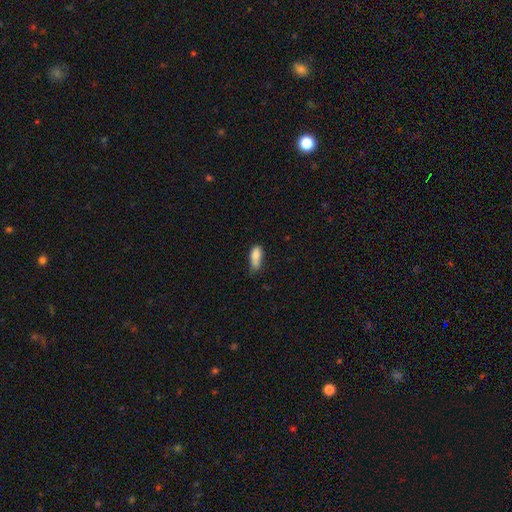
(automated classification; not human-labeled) smooth-or-featured: smooth: 83% | featured or disk: 9% | star or artifact: 8%
  how-rounded: in between: 77% | cigar-shaped: 20% | round: 3%
  merging: minor disturbance: 43% | none: 39% | major disturbance: 13% | merger: 5%